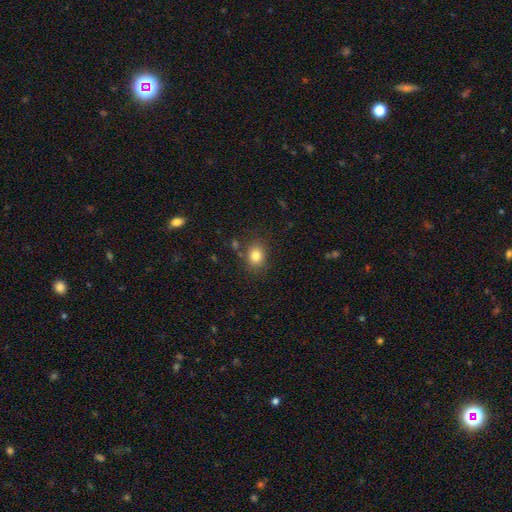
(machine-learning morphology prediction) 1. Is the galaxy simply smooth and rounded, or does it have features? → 81% smooth, 11% star or artifact, 8% featured or disk.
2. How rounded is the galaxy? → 53% round, 46% in between, 1% cigar-shaped.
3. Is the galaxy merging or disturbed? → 80% none, 12% minor disturbance, 4% merger, 4% major disturbance.